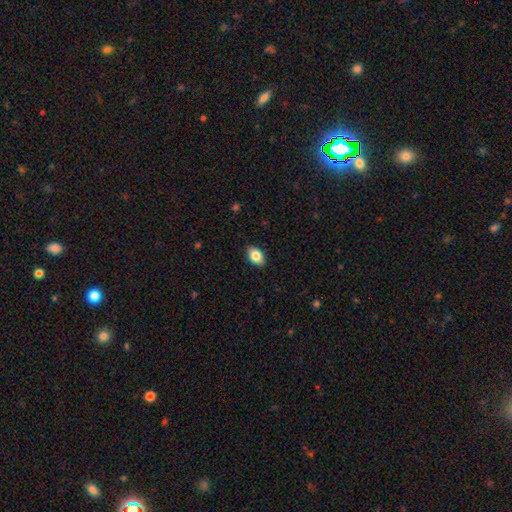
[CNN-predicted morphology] This appears to be a smooth galaxy with no disk features (84%) that is in between round and cigar-shaped (88%). Merging: none (88%).